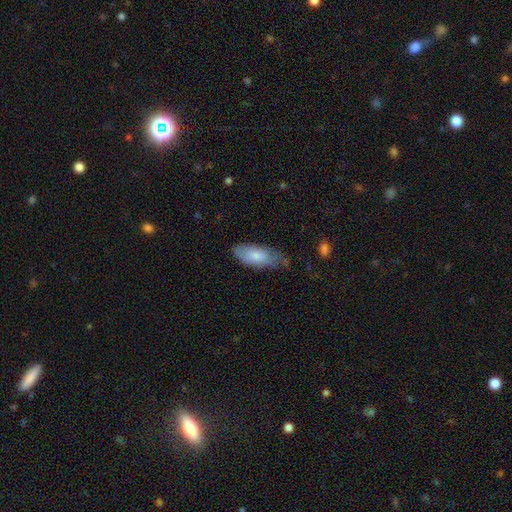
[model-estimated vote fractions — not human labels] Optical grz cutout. It shows a smooth galaxy with no disk features (78%) that is in between round and cigar-shaped (84%). Merging: none (50%).